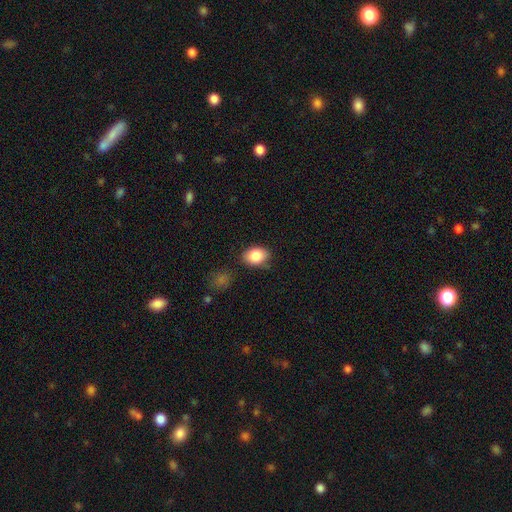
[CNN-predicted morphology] This is clearly a smooth galaxy (85%). How rounded: likely in between (72%). Merging: likely none (76%).